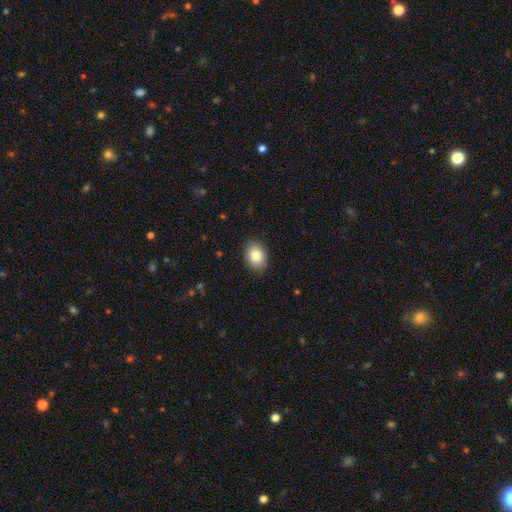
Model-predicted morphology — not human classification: smooth-or-featured: smooth: 84% | featured or disk: 8% | star or artifact: 8%
  how-rounded: in between: 76% | round: 23% | cigar-shaped: 1%
  merging: none: 87% | minor disturbance: 9% | major disturbance: 2% | merger: 1%